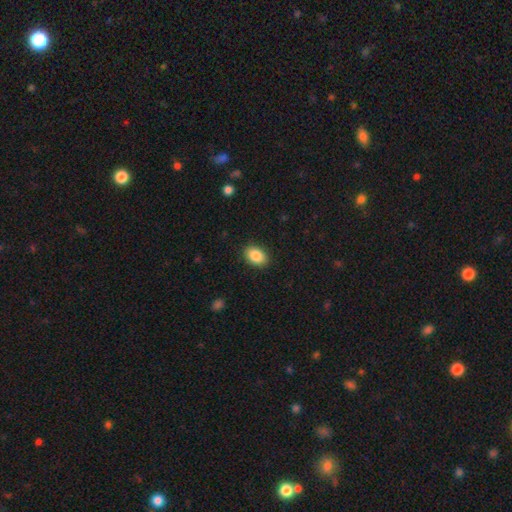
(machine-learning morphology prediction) Smooth or featured: smooth — 88% (star or artifact — 7%)
How rounded: in between — 84% (round — 15%)
Merging: none — 89% (minor disturbance — 8%)